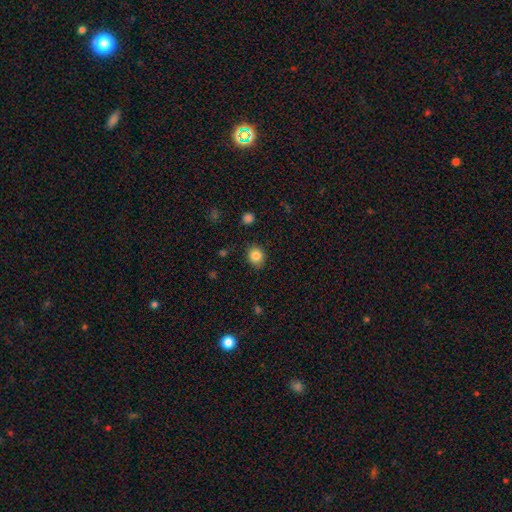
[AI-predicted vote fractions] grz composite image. It shows a smooth galaxy with no disk features (84%) that is round (79%). Merging: none (86%).